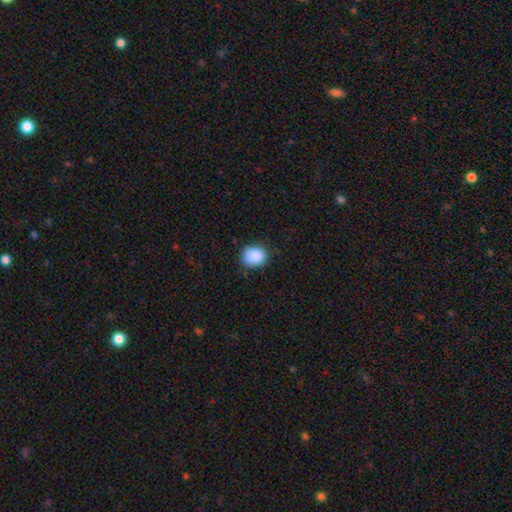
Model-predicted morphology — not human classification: type=smooth (89%); roundness=round (66%); merging=none (80%).